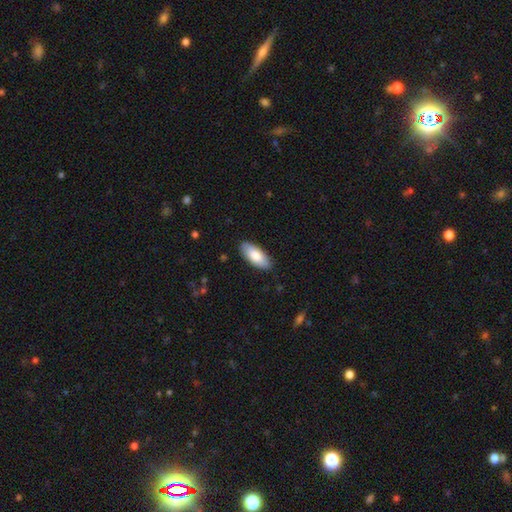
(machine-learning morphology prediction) smooth_or_featured: smooth (p=0.81) [alt: featured or disk p=0.14]
how_rounded: in between (p=0.88) [alt: cigar-shaped p=0.10]
merging: none (p=0.89) [alt: minor disturbance p=0.09]